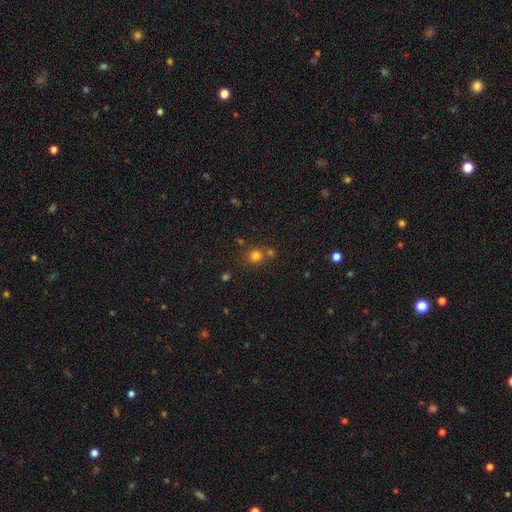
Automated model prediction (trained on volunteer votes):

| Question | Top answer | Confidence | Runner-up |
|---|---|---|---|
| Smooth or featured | smooth | 76% | star or artifact (17%) |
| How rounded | round | 86% | in between (13%) |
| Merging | none | 65% | merger (23%) |